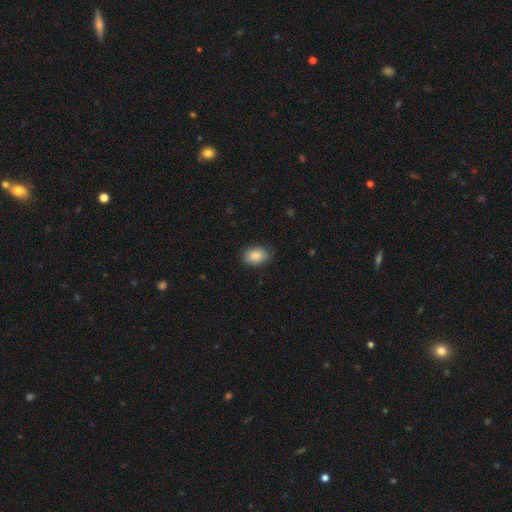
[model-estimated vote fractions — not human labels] smooth 88%, star or artifact 7%, featured or disk 5%. Down the decision tree: how rounded — in between (83%); merging — none (79%).